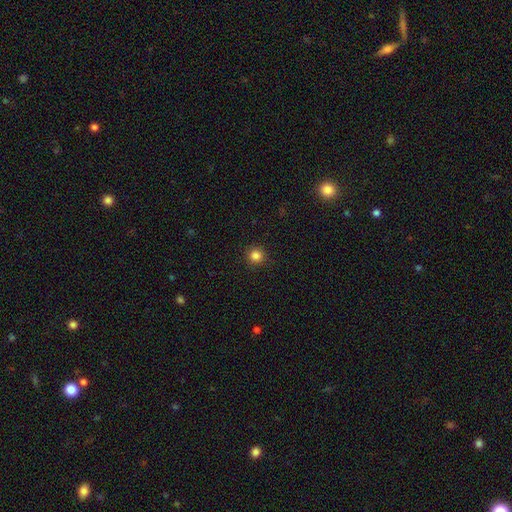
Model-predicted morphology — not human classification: type=smooth (84%); roundness=round (95%); merging=none (92%).